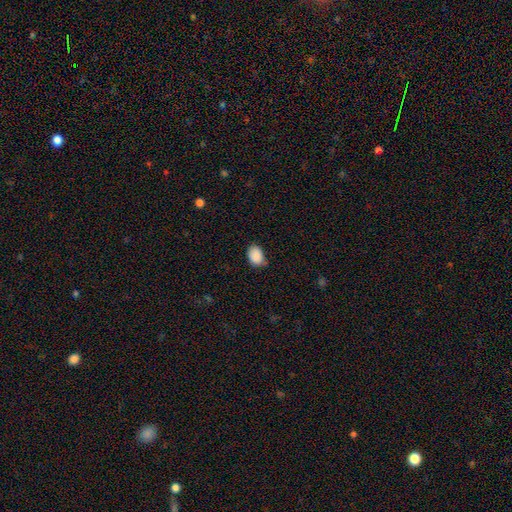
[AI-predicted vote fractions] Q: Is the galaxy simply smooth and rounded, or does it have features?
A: smooth — 89%.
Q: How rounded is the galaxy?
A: in between — 80%.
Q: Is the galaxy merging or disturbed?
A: none — 70%.